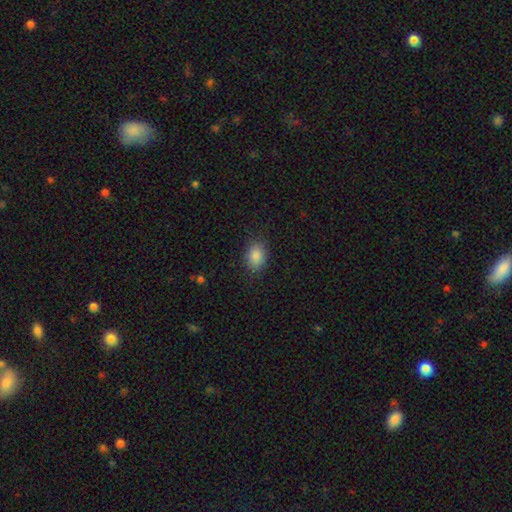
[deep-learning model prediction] A smooth galaxy with no disk features (87%) that is in between round and cigar-shaped (76%). Merging: none (85%).